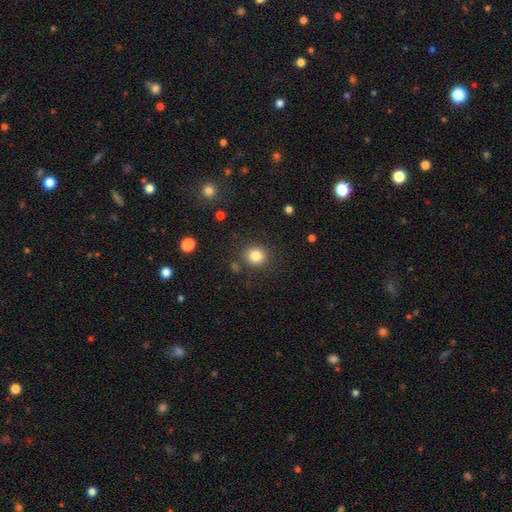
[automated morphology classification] Smooth or featured: smooth — 83% (star or artifact — 11%)
How rounded: round — 86% (in between — 13%)
Merging: none — 85% (minor disturbance — 8%)